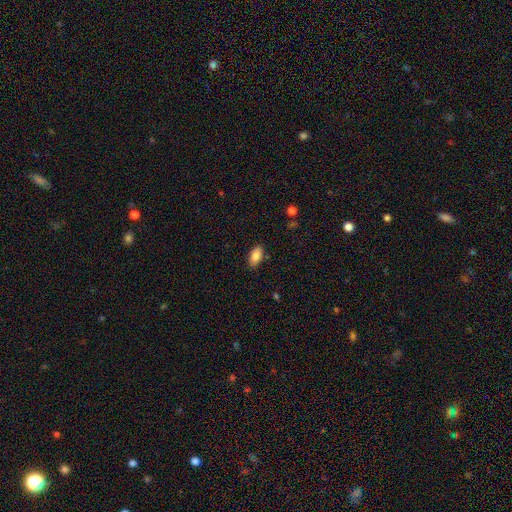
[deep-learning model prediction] Smooth or featured? Predicted: smooth (p=0.86). How rounded? Predicted: in between (p=0.93). Merging? Predicted: none (p=0.86).